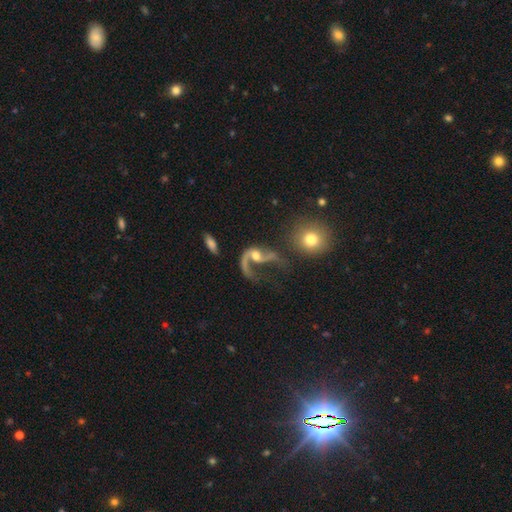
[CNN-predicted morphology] Smooth or featured? featured or disk (81%)
Edge-on disk? no (96%)
Bar? no (56%)
Spiral arms? yes (90%)
Spiral winding? loose (77%)
Spiral arm count? 2 (51%)
Bulge size? moderate (55%)
Merging? major disturbance (44%)